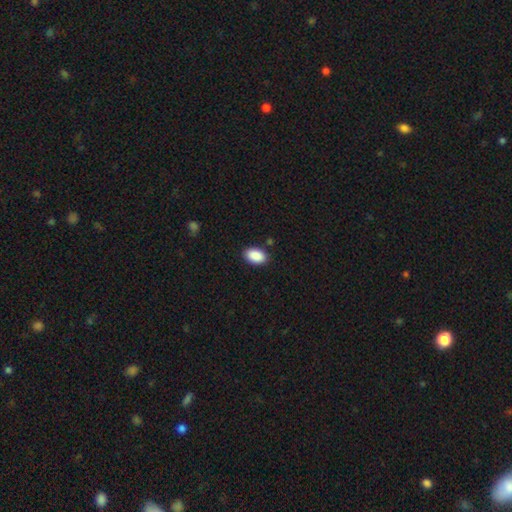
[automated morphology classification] type=smooth (90%); roundness=in between (92%); merging=none (87%).